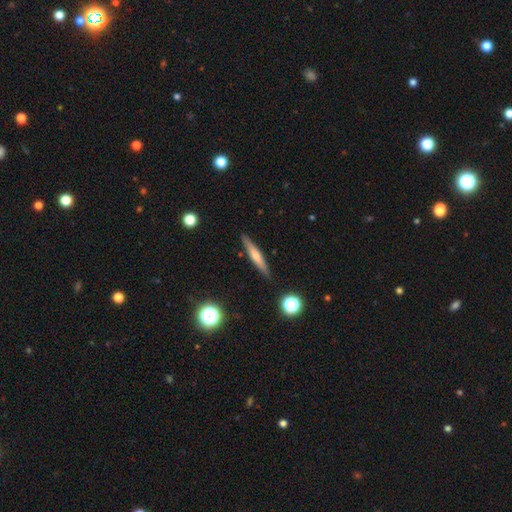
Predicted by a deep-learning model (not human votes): This appears to be a smooth galaxy with no disk features (51%) that is cigar-shaped (92%). Merging: none (89%).